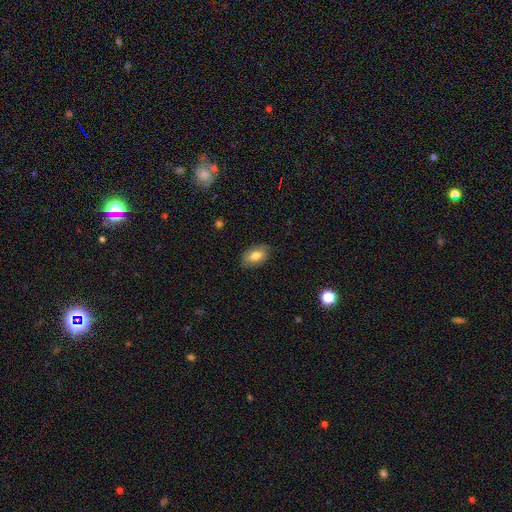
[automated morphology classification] smooth 76%, featured or disk 17%, star or artifact 7%. Down the decision tree: how rounded — in between (92%); merging — none (79%).